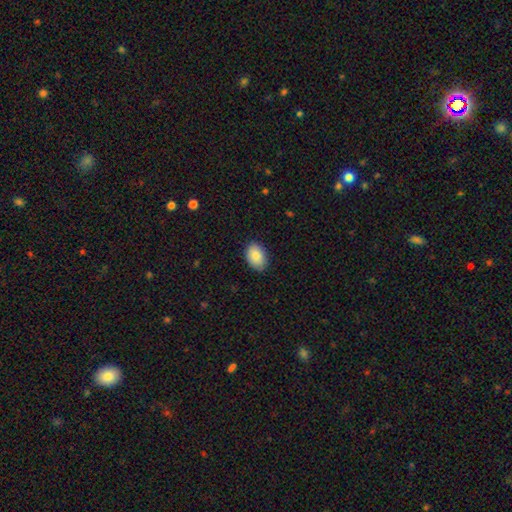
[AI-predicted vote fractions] Smooth or featured?
  - smooth: 86% *
  - featured or disk: 8%
  - star or artifact: 7%
How rounded?
  - in between: 86% *
  - round: 13%
  - cigar-shaped: 1%
Merging?
  - none: 85% *
  - minor disturbance: 12%
  - major disturbance: 2%
  - merger: 1%